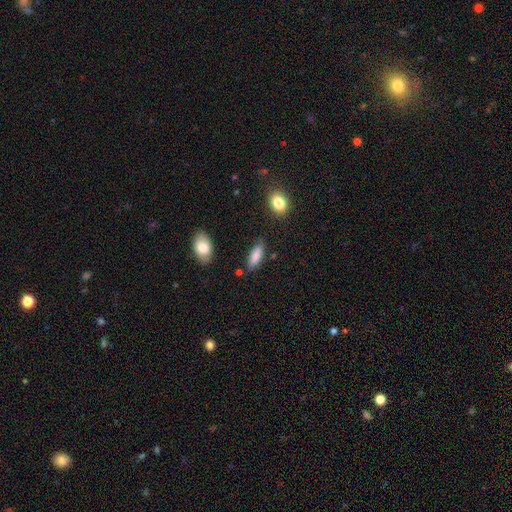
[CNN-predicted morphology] Overall: smooth (85%). How rounded: in between (67%; cigar-shaped 30%). Merging: none (76%).